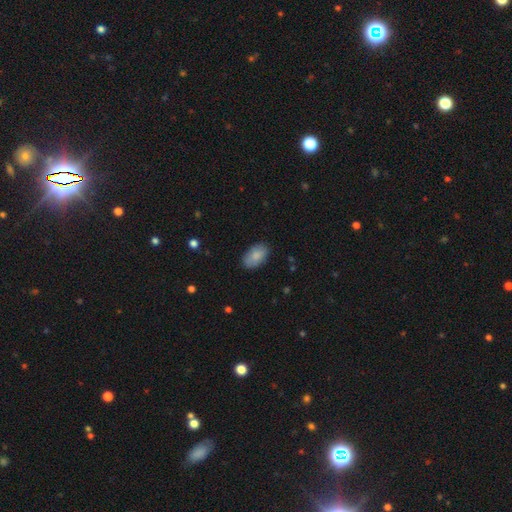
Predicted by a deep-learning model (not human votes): A smooth galaxy with no disk features (85%) that is in between round and cigar-shaped (93%). Merging: none (86%).